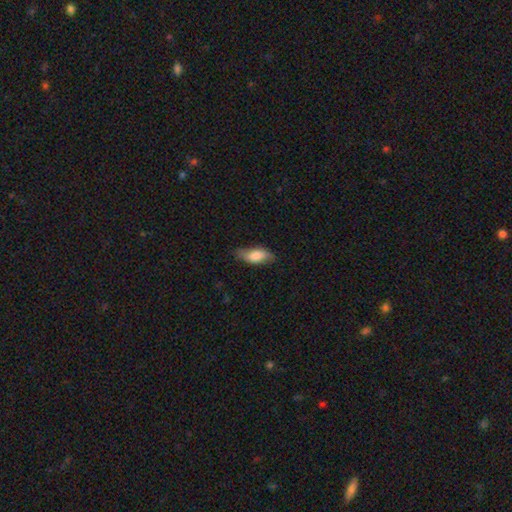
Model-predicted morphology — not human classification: This appears to be a smooth galaxy with no disk features (73%) that is in between round and cigar-shaped (77%). Merging: none (70%).